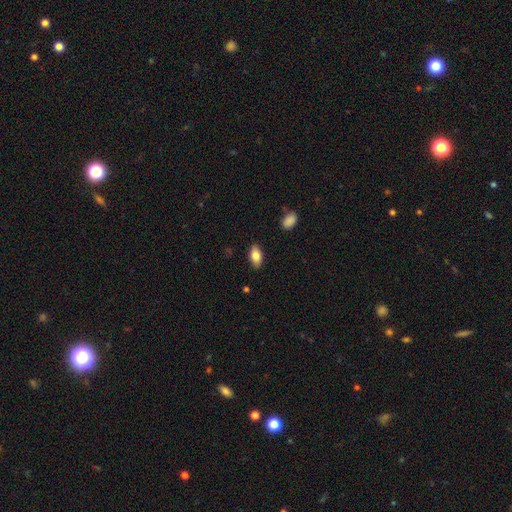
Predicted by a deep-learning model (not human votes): Overall: smooth (81%). How rounded: in between (91%). Merging: none (86%).